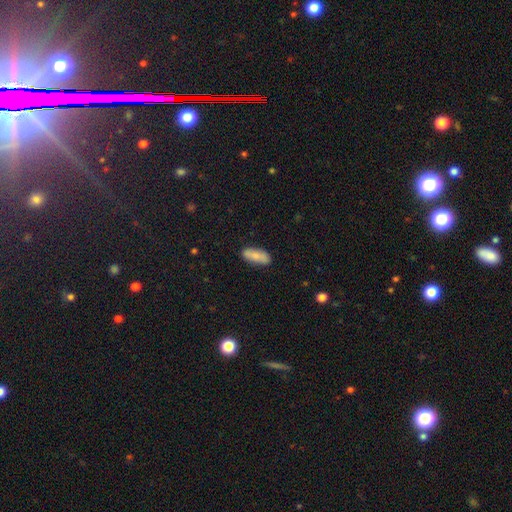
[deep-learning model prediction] A smooth galaxy with no disk features (78%) that is in between round and cigar-shaped (71%).

Vote fractions:
- Smooth or featured? smooth: 78% / featured or disk: 16% / star or artifact: 6%
- How rounded? in between: 71% / cigar-shaped: 27% / round: 2%
- Merging? none: 84% / minor disturbance: 13% / major disturbance: 2% / merger: 2%